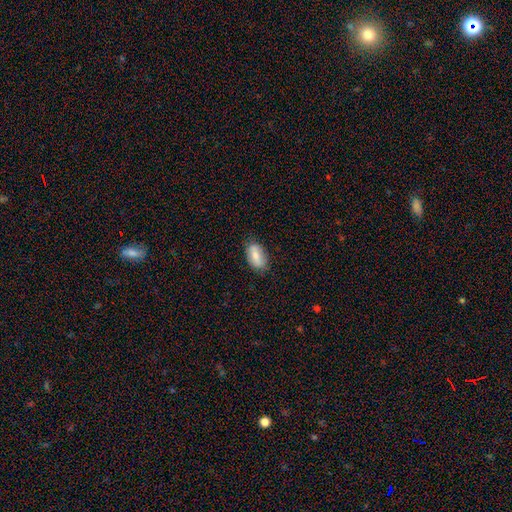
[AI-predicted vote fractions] smooth-or-featured: smooth: 73% | featured or disk: 20% | star or artifact: 7%
  how-rounded: in between: 92% | round: 5% | cigar-shaped: 3%
  merging: none: 81% | minor disturbance: 15% | major disturbance: 3% | merger: 1%